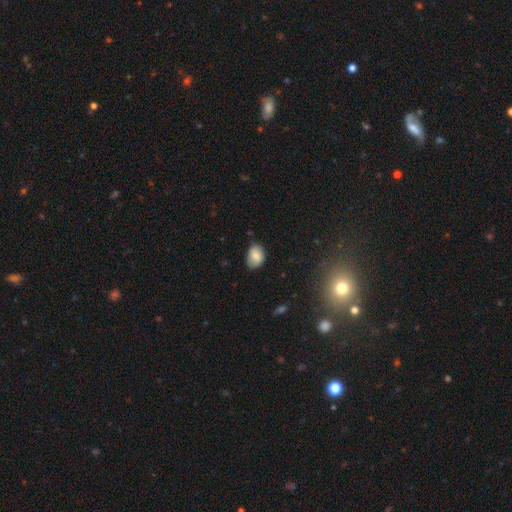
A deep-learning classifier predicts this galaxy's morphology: smooth-or-featured: smooth: 79% | featured or disk: 13% | star or artifact: 9%
  how-rounded: in between: 78% | round: 21% | cigar-shaped: 1%
  merging: none: 68% | minor disturbance: 27% | major disturbance: 4% | merger: 2%